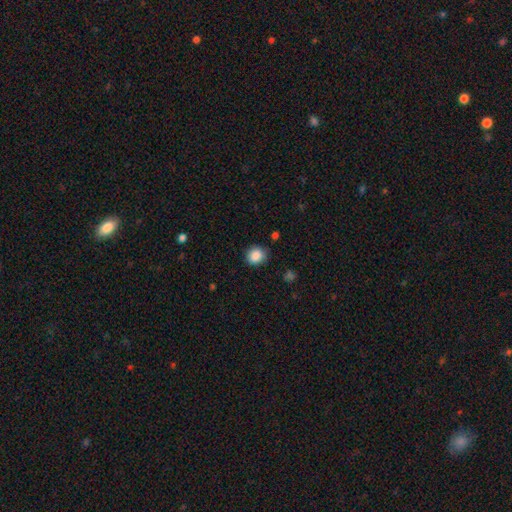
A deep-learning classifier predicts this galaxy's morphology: smooth 87%, star or artifact 9%, featured or disk 4%. Down the decision tree: how rounded — round (79%); merging — none (82%).